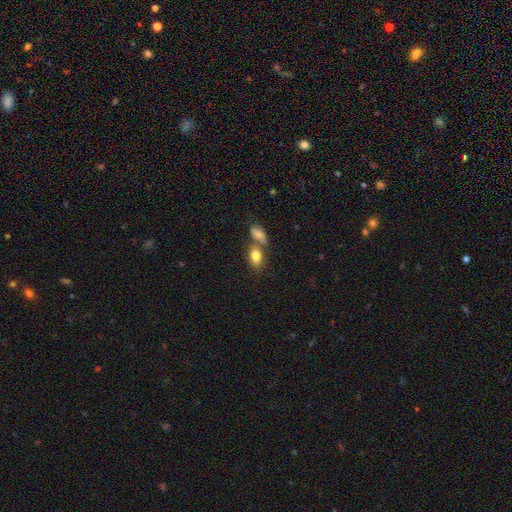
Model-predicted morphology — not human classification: smooth_or_featured: smooth (p=0.81) [alt: featured or disk p=0.11]
how_rounded: in between (p=0.85) [alt: round p=0.13]
merging: none (p=0.47) [alt: merger p=0.38]